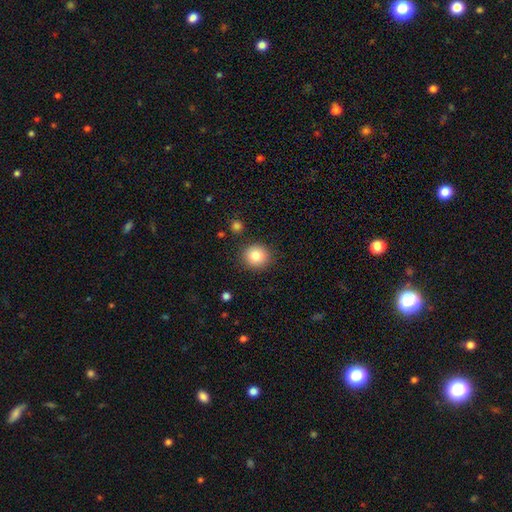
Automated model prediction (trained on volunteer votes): This appears to be a smooth galaxy with no disk features (85%) that is round (86%). Merging: none (88%).